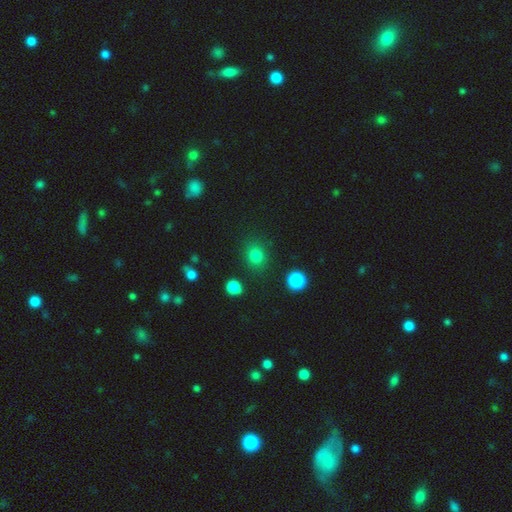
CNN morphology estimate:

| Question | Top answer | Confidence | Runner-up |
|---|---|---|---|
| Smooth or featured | smooth | 80% | star or artifact (15%) |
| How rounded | round | 76% | in between (23%) |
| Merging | none | 84% | minor disturbance (9%) |